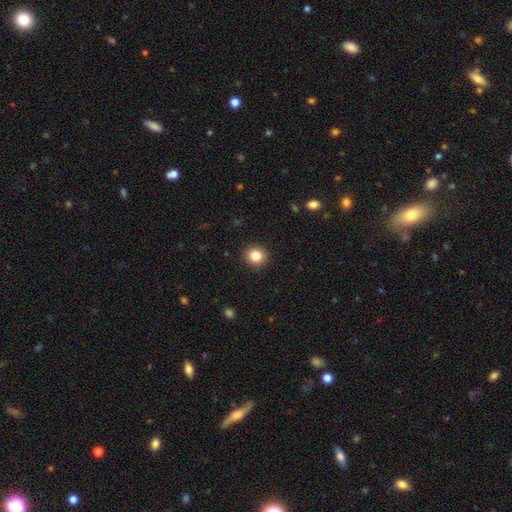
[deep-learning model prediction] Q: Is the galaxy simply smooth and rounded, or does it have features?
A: smooth — 84%.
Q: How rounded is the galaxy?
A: round — 90%.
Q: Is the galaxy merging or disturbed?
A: none — 92%.